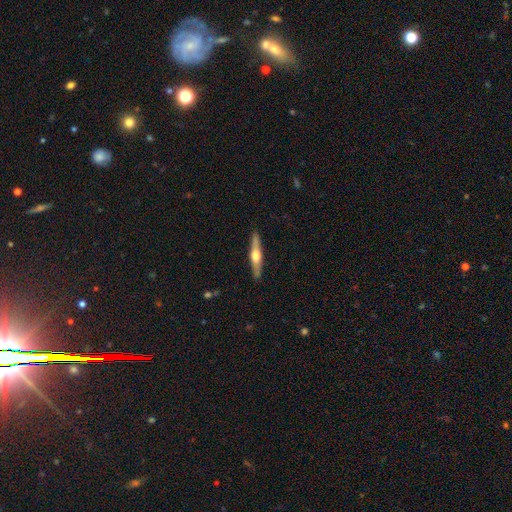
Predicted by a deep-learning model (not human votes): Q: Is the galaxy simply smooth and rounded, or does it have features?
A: featured or disk — 63%.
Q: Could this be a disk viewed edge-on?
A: yes — 96%.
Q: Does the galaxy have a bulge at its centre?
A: rounded — 93%.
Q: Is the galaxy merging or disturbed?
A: none — 91%.